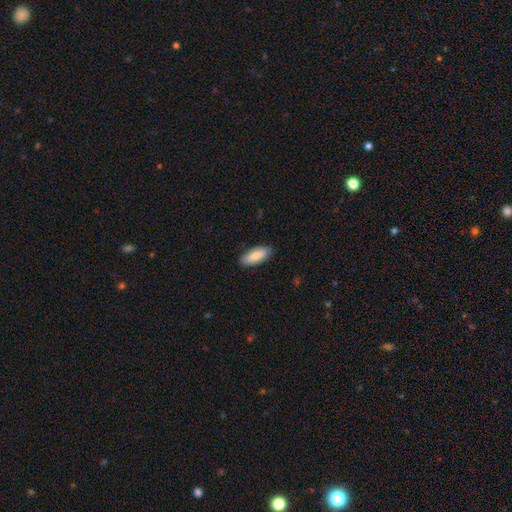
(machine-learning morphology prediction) type=smooth (85%); roundness=in between (85%); merging=none (87%).